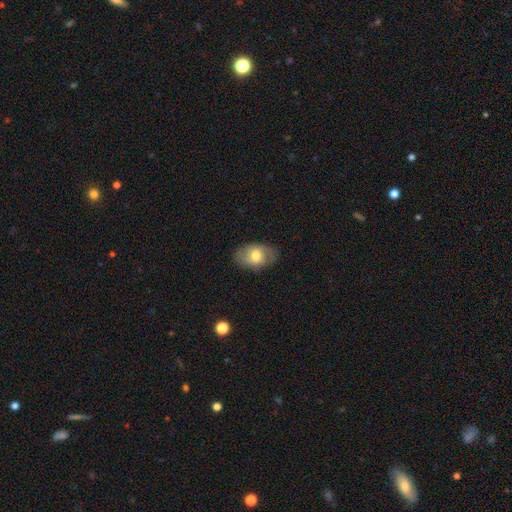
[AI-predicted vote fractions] Morphology: type=smooth (54%); roundness=in between (85%); merging=none (79%).